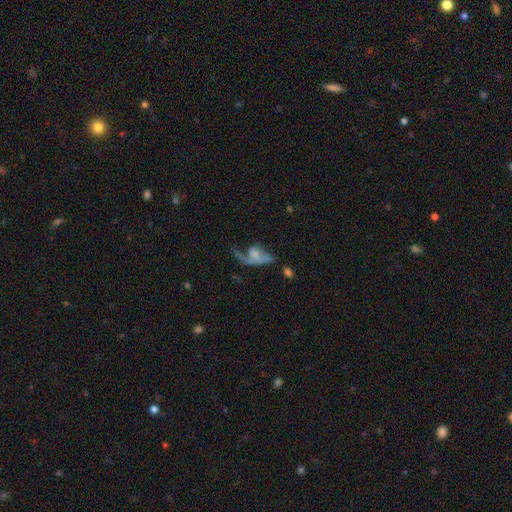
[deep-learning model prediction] smooth_or_featured: featured or disk (p=0.51) [alt: smooth p=0.39]
disk_edge_on: no (p=0.92) [alt: yes p=0.08]
merging: major disturbance (p=0.50) [alt: none p=0.20]